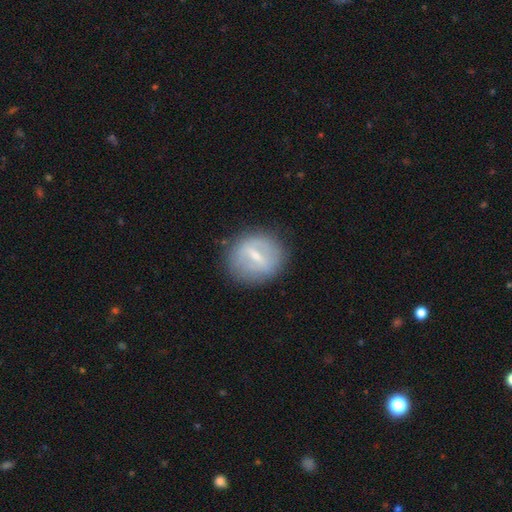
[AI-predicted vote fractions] Smooth or featured: featured or disk — 58% (smooth — 34%)
Edge-on disk: no — 91% (yes — 9%)
Bar: strong — 50% (weak — 39%)
Spiral arms: no — 75% (yes — 25%)
Bulge size: small — 52% (moderate — 33%)
Merging: none — 79% (minor disturbance — 14%)